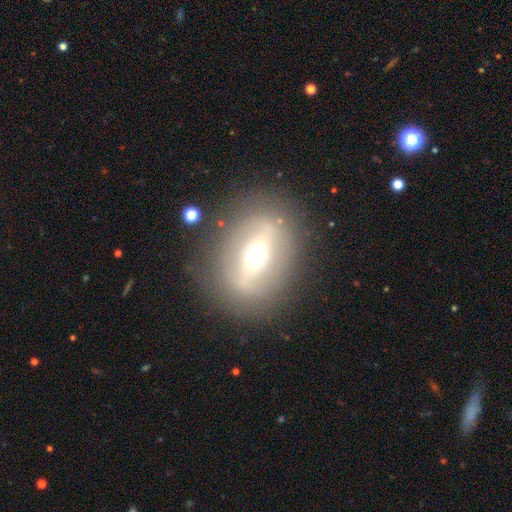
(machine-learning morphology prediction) Smooth or featured?
  - featured or disk: 59% *
  - smooth: 31%
  - star or artifact: 10%
Edge-on disk?
  - no: 71% *
  - yes: 29%
Merging?
  - none: 81% *
  - minor disturbance: 11%
  - major disturbance: 7%
  - merger: 2%